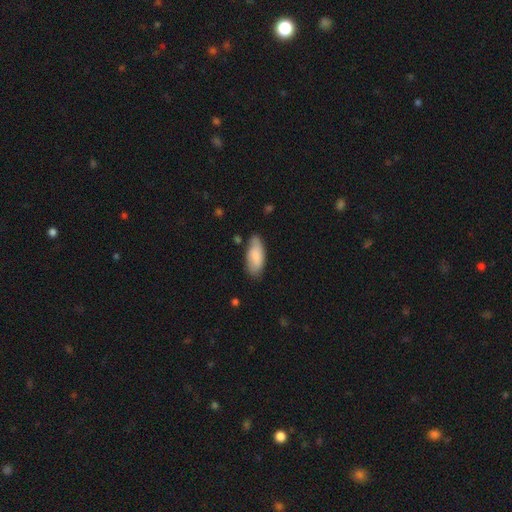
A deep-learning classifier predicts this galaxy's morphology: A smooth galaxy with no disk features (77%) that is in between round and cigar-shaped (86%). Merging: none (71%).